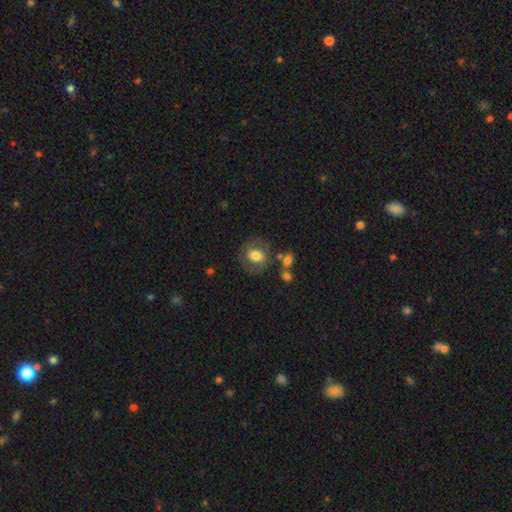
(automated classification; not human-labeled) Morphology: type=smooth (69%); roundness=round (64%); merging=none (70%).